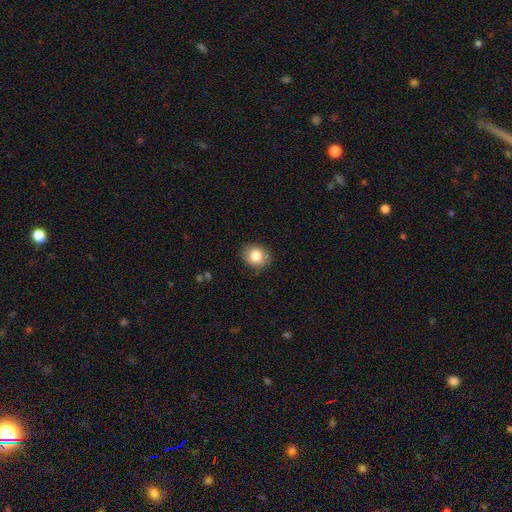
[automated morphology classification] Smooth or featured? smooth (83%)
How rounded? round (59%)
Merging? none (86%)